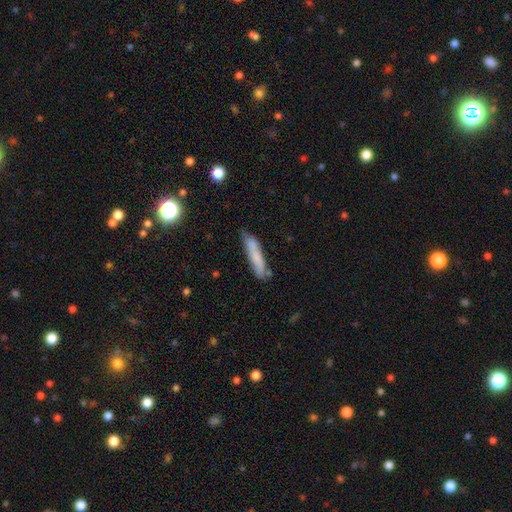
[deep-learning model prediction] Morphology: type=smooth (70%); roundness=cigar-shaped (88%); merging=none (70%).